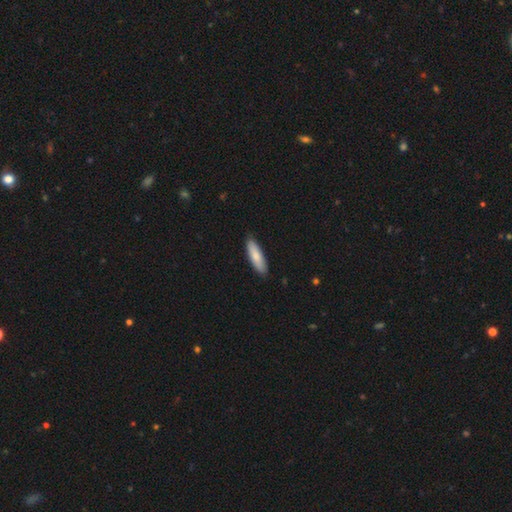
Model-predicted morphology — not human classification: Smooth or featured? smooth (81%)
How rounded? cigar-shaped (54%)
Merging? none (88%)